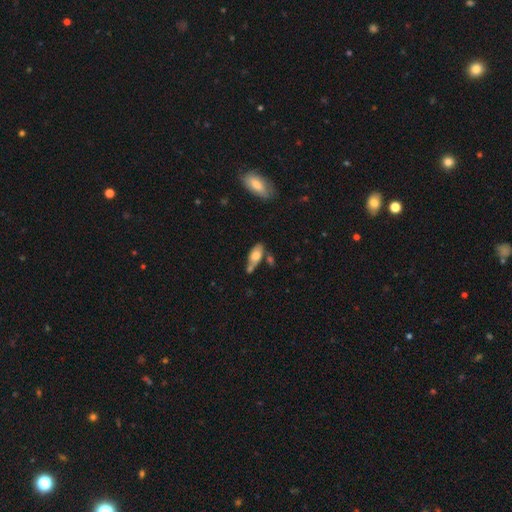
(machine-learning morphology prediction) This is likely a smooth galaxy (68%). How rounded: clearly in between (83%). Merging: possibly none (46%).